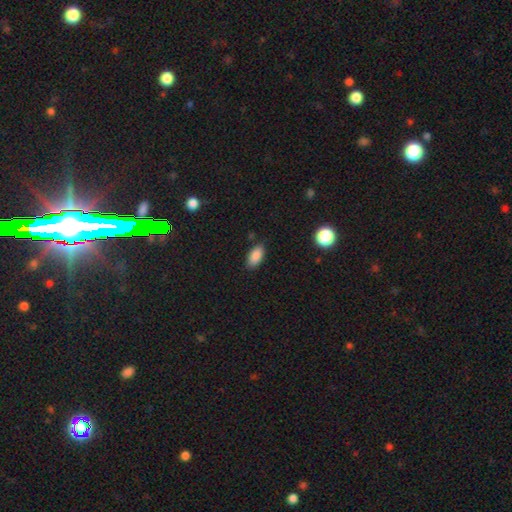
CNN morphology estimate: type=smooth (88%); roundness=in between (91%); merging=none (85%).